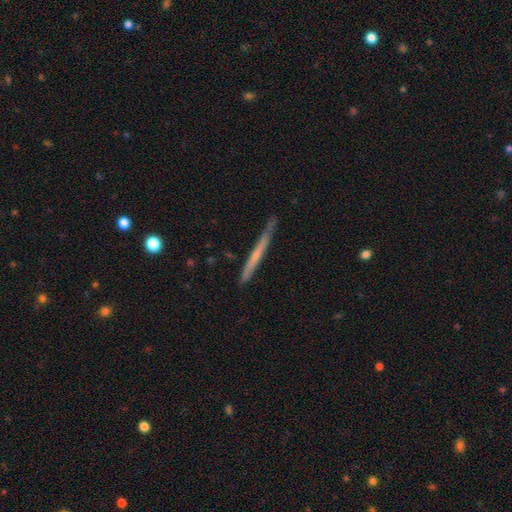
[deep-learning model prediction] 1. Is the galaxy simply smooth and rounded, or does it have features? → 50% featured or disk, 44% smooth, 6% star or artifact.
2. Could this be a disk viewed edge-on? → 96% yes, 4% no.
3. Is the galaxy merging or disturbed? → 80% none, 16% minor disturbance, 2% major disturbance, 2% merger.